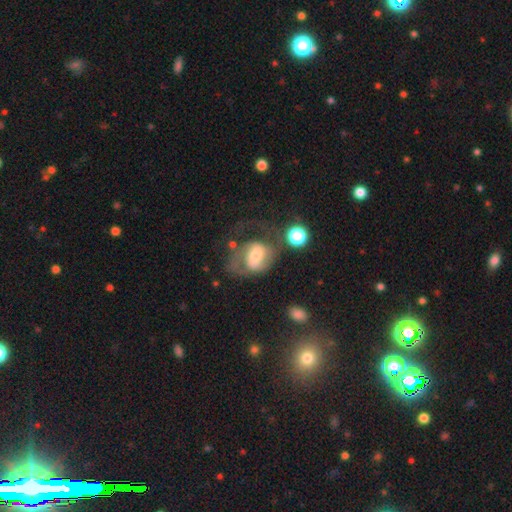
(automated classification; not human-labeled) Overall: featured or disk (59%; smooth 33%). Edge-on disk: no (97%). Bar: no (44%; weak 39%). Spiral arms: yes (77%). Bulge size: moderate (42%; small 37%). Merging: major disturbance (44%; none 29%).